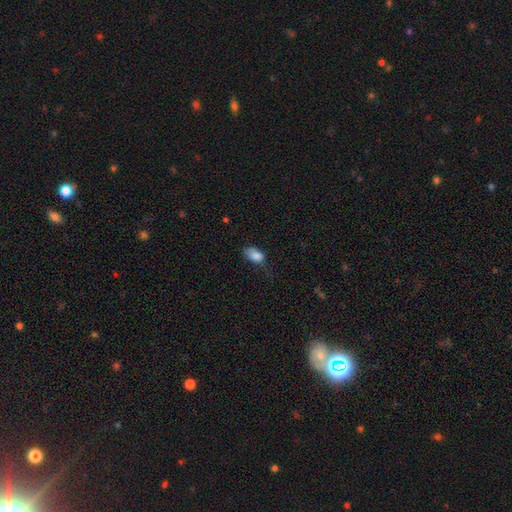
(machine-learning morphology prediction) Smooth or featured? smooth (83%)
How rounded? in between (90%)
Merging? none (39%, tied with minor disturbance)